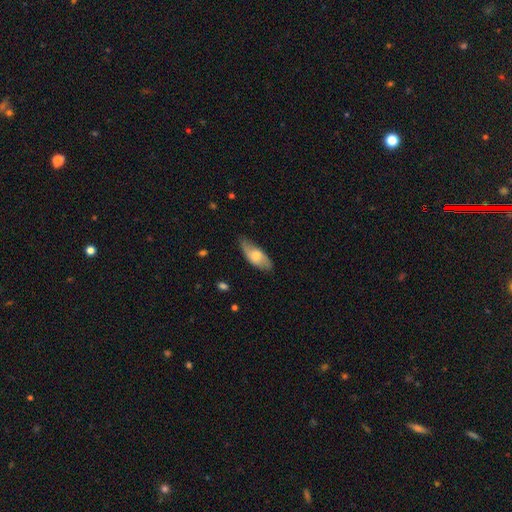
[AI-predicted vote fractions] Smooth or featured?
  - smooth: 58% *
  - featured or disk: 36%
  - star or artifact: 6%
How rounded?
  - in between: 84% *
  - cigar-shaped: 13%
  - round: 3%
Merging?
  - none: 74% *
  - minor disturbance: 21%
  - major disturbance: 4%
  - merger: 1%